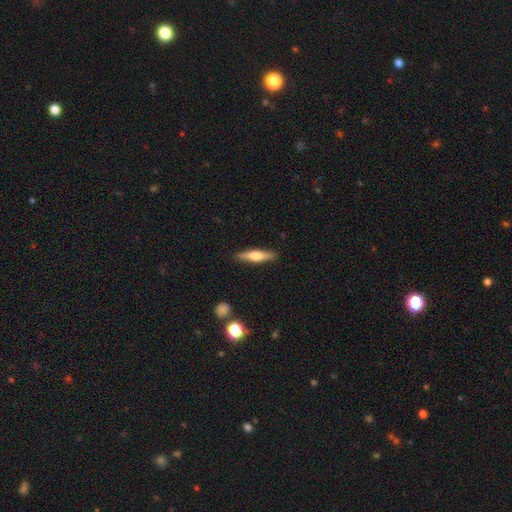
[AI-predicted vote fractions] Q: Smooth or featured?
A: smooth (56%); runner-up: featured or disk (39%)
Q: How rounded?
A: cigar-shaped (80%); runner-up: in between (18%)
Q: Merging?
A: none (89%); runner-up: minor disturbance (8%)